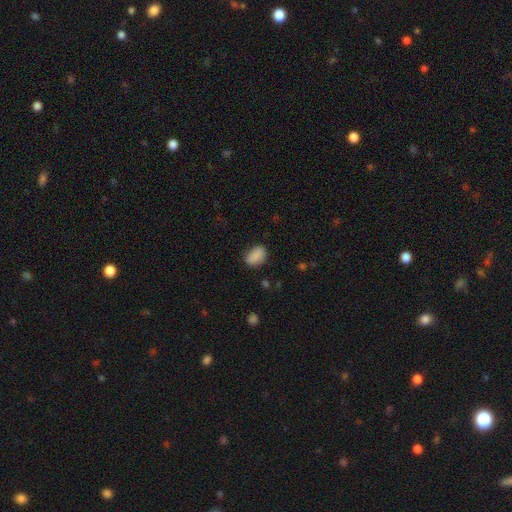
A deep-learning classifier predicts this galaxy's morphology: Smooth or featured?
  - smooth: 88% *
  - star or artifact: 8%
  - featured or disk: 4%
How rounded?
  - in between: 84% *
  - round: 15%
  - cigar-shaped: 1%
Merging?
  - none: 80% *
  - minor disturbance: 15%
  - major disturbance: 3%
  - merger: 1%